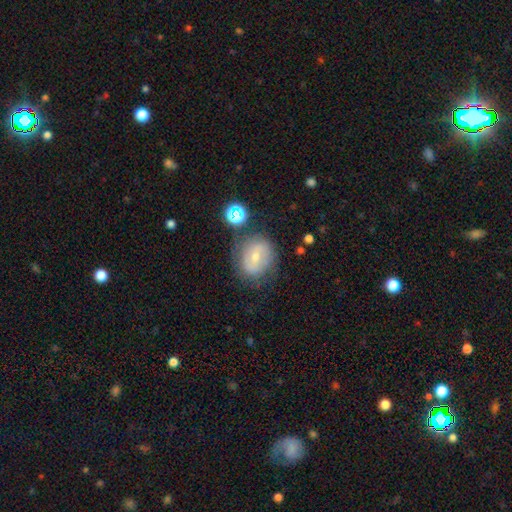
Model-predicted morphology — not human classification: Smooth or featured?
  - featured or disk: 52% *
  - smooth: 37%
  - star or artifact: 11%
Edge-on disk?
  - no: 95% *
  - yes: 5%
Merging?
  - none: 72% *
  - minor disturbance: 17%
  - major disturbance: 6%
  - merger: 5%